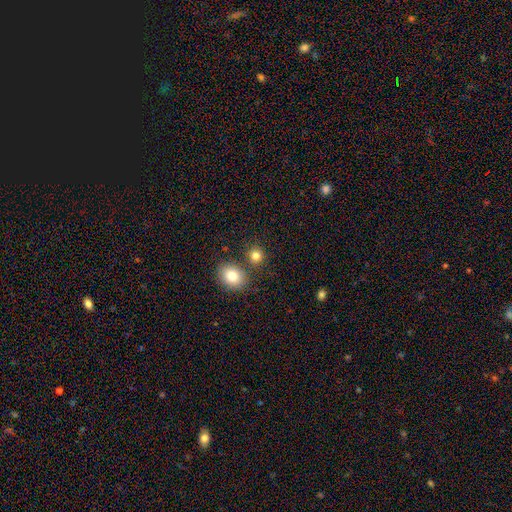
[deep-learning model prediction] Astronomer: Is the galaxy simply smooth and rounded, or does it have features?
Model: smooth — 82%.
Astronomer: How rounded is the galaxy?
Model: round — 80%.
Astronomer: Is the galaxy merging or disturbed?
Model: none — 75%.